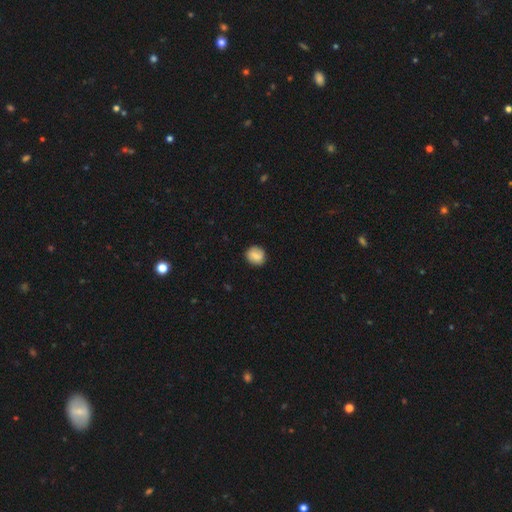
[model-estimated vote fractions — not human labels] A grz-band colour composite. It shows a smooth galaxy with no disk features (74%) that is round (82%). Merging: none (86%).